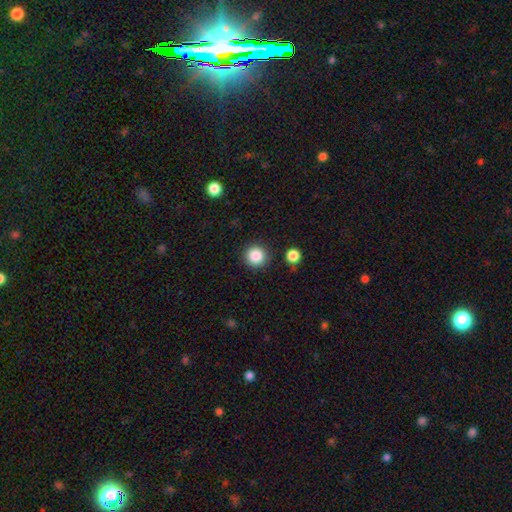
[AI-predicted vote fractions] smooth-or-featured: smooth: 86% | star or artifact: 10% | featured or disk: 4%
  how-rounded: round: 95% | in between: 4% | cigar-shaped: 1%
  merging: none: 89% | minor disturbance: 6% | merger: 3% | major disturbance: 2%